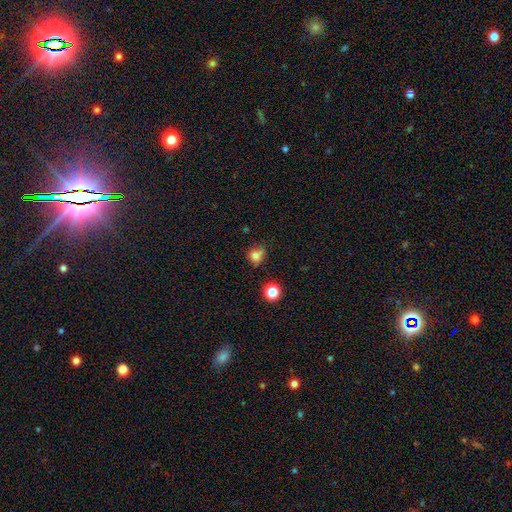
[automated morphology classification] smooth-or-featured: smooth: 78% | star or artifact: 14% | featured or disk: 7%
  how-rounded: round: 75% | in between: 24% | cigar-shaped: 1%
  merging: none: 57% | minor disturbance: 29% | major disturbance: 9% | merger: 6%